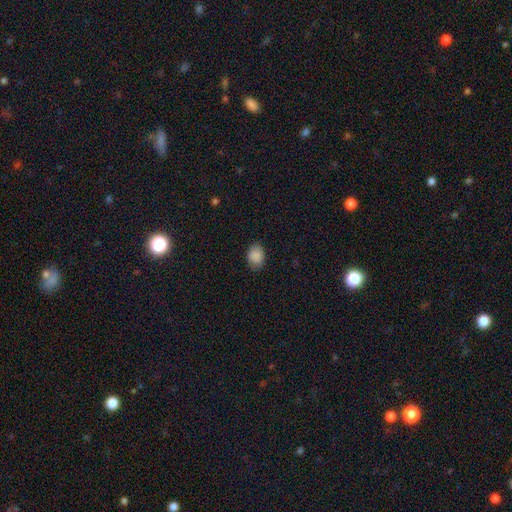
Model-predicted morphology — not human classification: This is clearly a smooth galaxy (87%). How rounded: likely in between (75%). Merging: clearly none (81%).